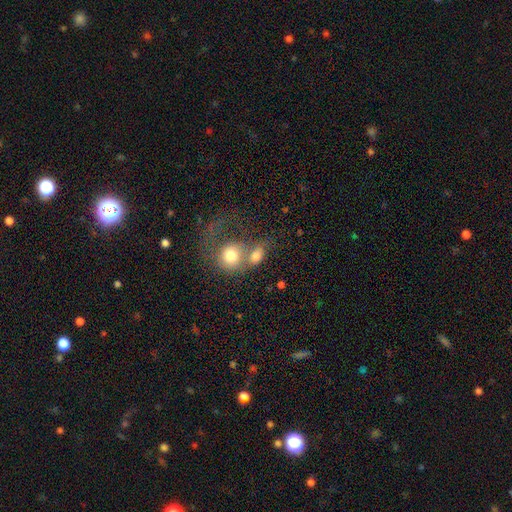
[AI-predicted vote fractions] smooth-or-featured: smooth: 73% | featured or disk: 18% | star or artifact: 9%
  how-rounded: round: 53% | in between: 45% | cigar-shaped: 2%
  merging: merger: 63% | none: 18% | major disturbance: 12% | minor disturbance: 7%